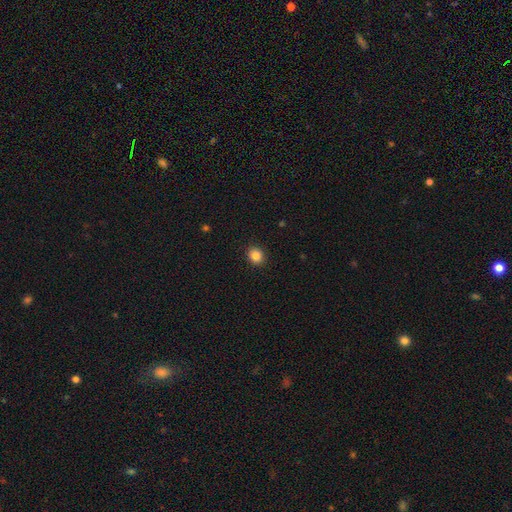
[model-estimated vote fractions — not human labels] This is clearly a smooth galaxy (86%). How rounded: likely round (74%). Merging: clearly none (92%).